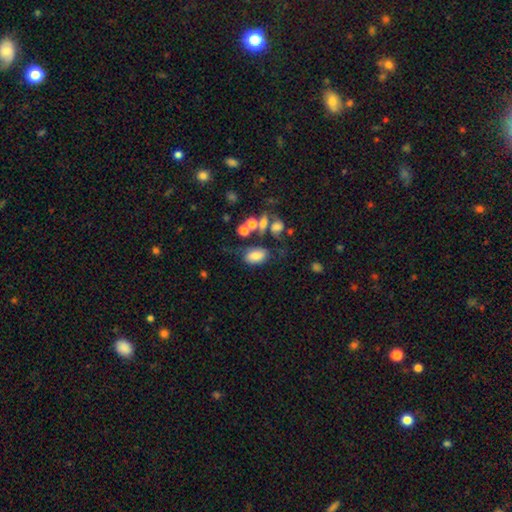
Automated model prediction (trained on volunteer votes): Smooth or featured? smooth (69%)
How rounded? in between (88%)
Merging? none (45%)